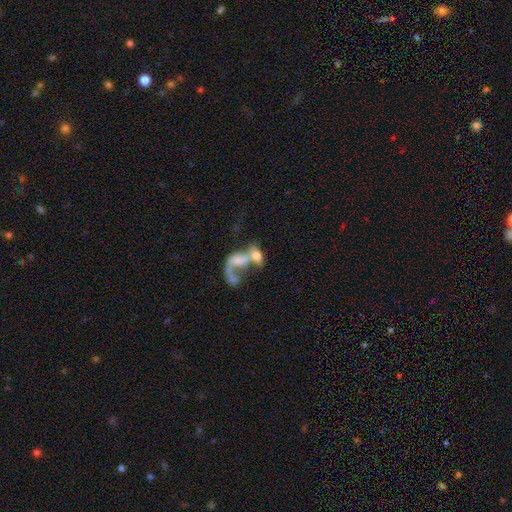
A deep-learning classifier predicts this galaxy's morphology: Smooth or featured: featured or disk — 56% (smooth — 25%)
Edge-on disk: no — 93% (yes — 7%)
Bar: no — 75% (weak — 18%)
Spiral arms: no — 54% (yes — 46%)
Bulge size: none — 38% (small — 28%)
Merging: merger — 60% (none — 17%)